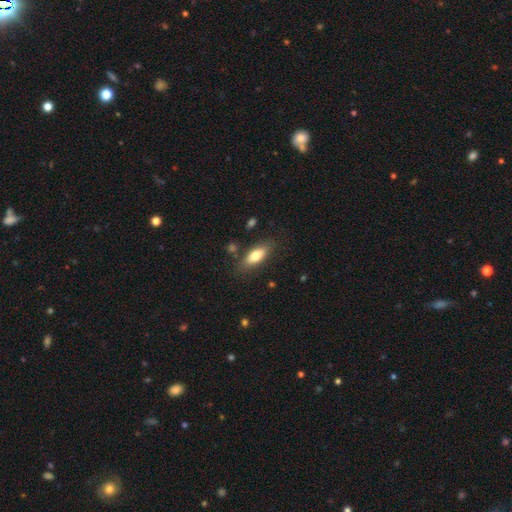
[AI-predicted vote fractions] smooth 75%, featured or disk 18%, star or artifact 7%. Down the decision tree: how rounded — in between (79%); merging — none (81%).